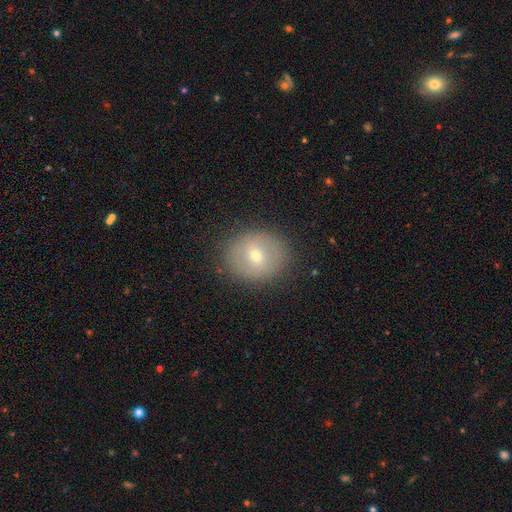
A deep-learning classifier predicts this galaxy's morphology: Smooth or featured?
  - smooth: 52% *
  - featured or disk: 38%
  - star or artifact: 11%
How rounded?
  - round: 75% *
  - in between: 24%
  - cigar-shaped: 1%
Merging?
  - none: 86% *
  - minor disturbance: 10%
  - major disturbance: 4%
  - merger: 1%